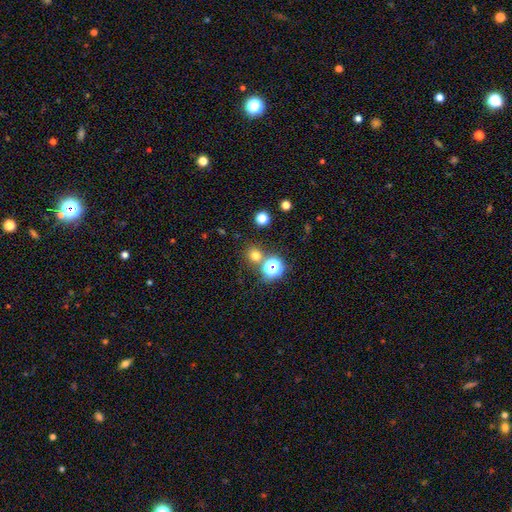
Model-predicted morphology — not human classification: type=smooth (66%); roundness=round (89%); merging=none (77%).